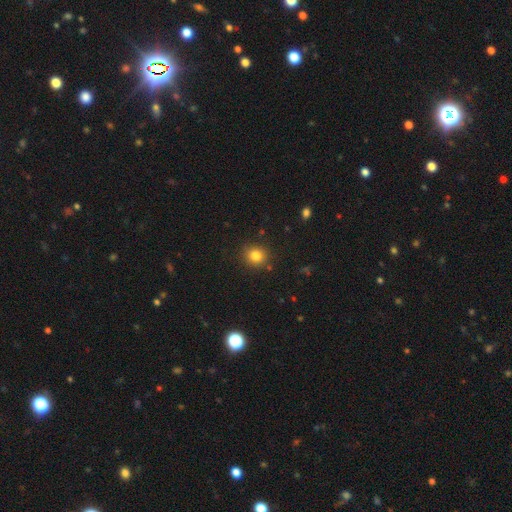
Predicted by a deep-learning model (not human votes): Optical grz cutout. It shows a smooth galaxy with no disk features (82%) that is round (83%). Merging: none (87%).